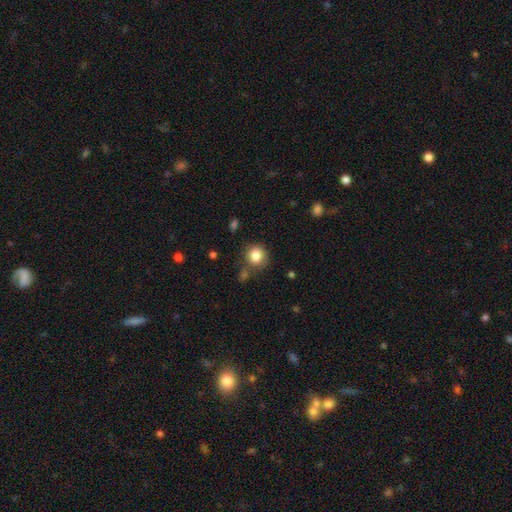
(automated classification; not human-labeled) smooth 83%, star or artifact 10%, featured or disk 7%. Down the decision tree: how rounded — round (86%); merging — none (74%).